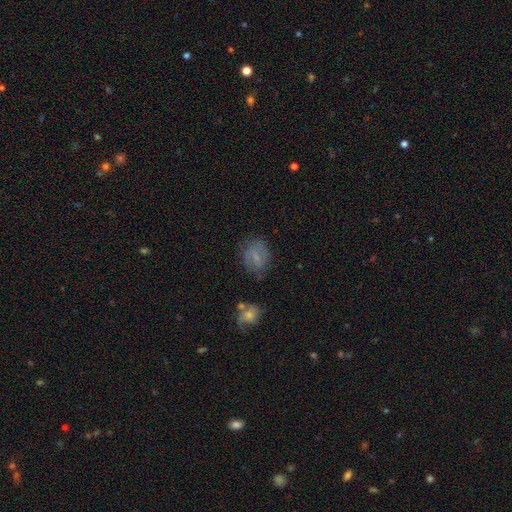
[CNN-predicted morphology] Smooth or featured: smooth — 52% (featured or disk — 37%)
How rounded: in between — 55% (round — 43%)
Merging: none — 69% (minor disturbance — 20%)